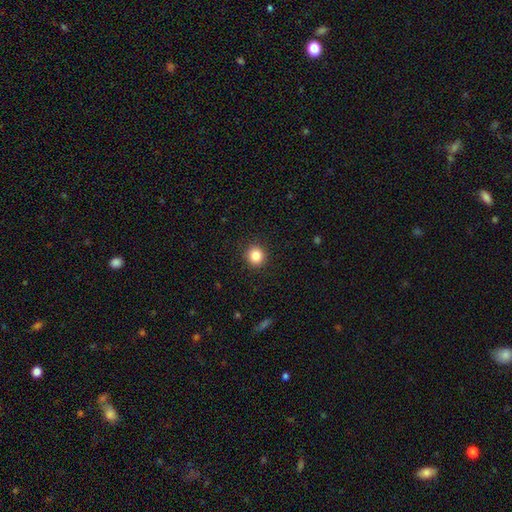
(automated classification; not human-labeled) Smooth or featured? Predicted: smooth (p=0.85). How rounded? Predicted: round (p=0.90). Merging? Predicted: none (p=0.91).